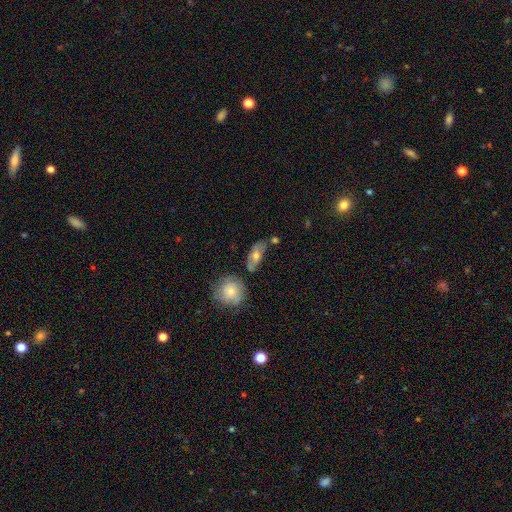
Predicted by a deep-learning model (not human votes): Overall: smooth (61%; featured or disk 30%). How rounded: in between (77%). Merging: none (56%; minor disturbance 21%).